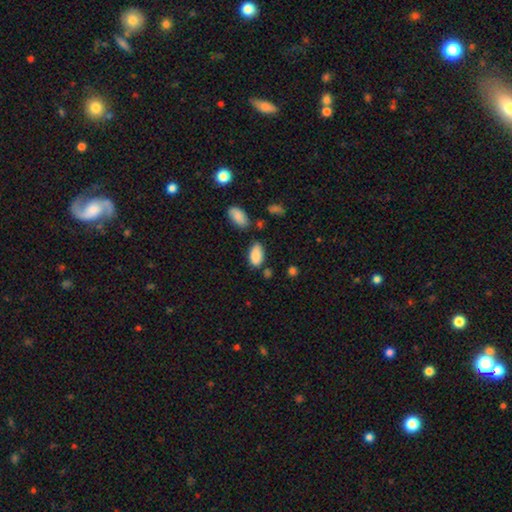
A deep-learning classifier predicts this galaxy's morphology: Smooth or featured? Predicted: smooth (p=0.86). How rounded? Predicted: in between (p=0.94). Merging? Predicted: none (p=0.64).